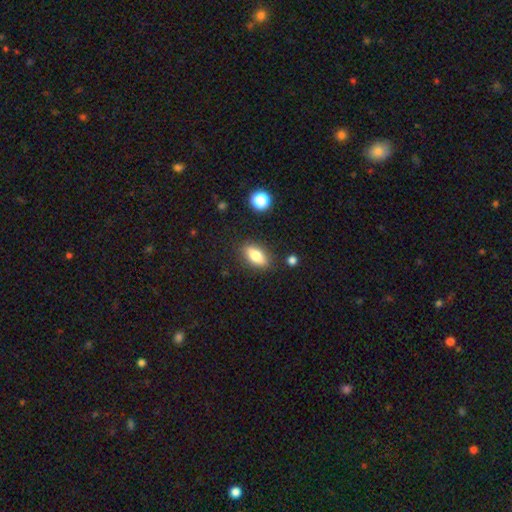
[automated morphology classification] This is likely a smooth galaxy (76%). How rounded: clearly in between (81%). Merging: clearly none (85%).